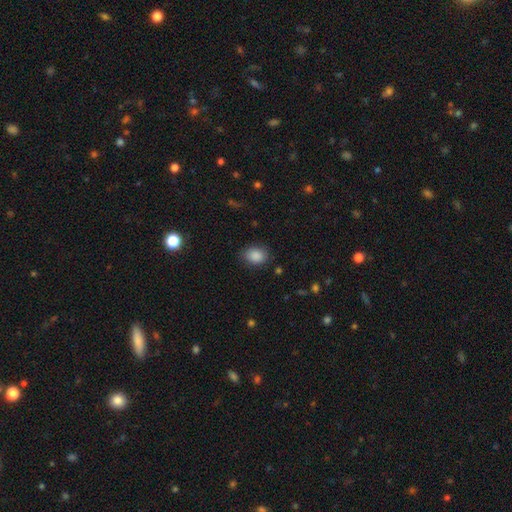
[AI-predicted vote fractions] This appears to be a smooth galaxy with no disk features (87%) that is in between round and cigar-shaped (63%). Merging: none (79%).